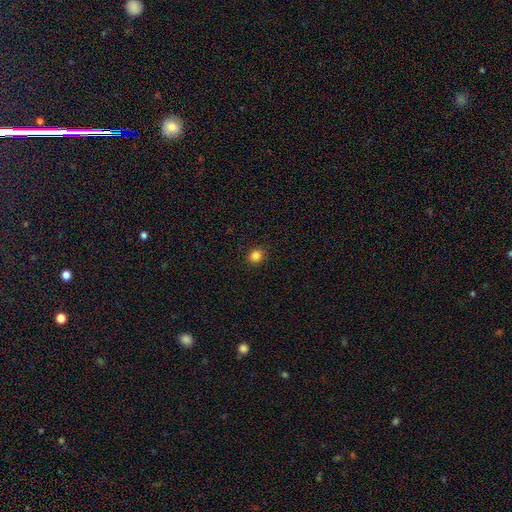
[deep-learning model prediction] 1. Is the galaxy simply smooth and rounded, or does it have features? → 84% smooth, 12% star or artifact, 4% featured or disk.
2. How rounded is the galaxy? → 81% round, 18% in between, 1% cigar-shaped.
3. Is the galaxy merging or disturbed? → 91% none, 6% minor disturbance, 2% major disturbance, 1% merger.